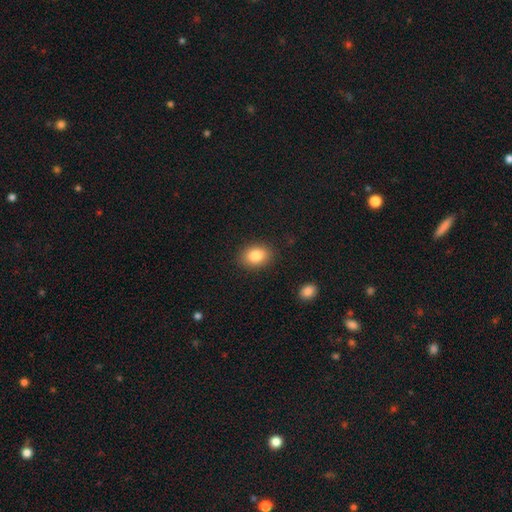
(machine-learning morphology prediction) Smooth or featured? Predicted: smooth (p=0.85). How rounded? Predicted: in between (p=0.76). Merging? Predicted: none (p=0.87).